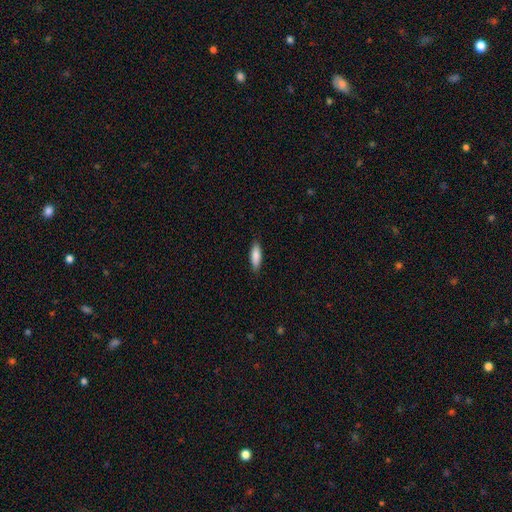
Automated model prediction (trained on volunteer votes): Smooth or featured?
  - smooth: 84% *
  - featured or disk: 10%
  - star or artifact: 6%
How rounded?
  - in between: 49% * (tied)
  - cigar-shaped: 49% * (tied)
  - round: 2%
Merging?
  - none: 87% *
  - minor disturbance: 10%
  - major disturbance: 2%
  - merger: 1%